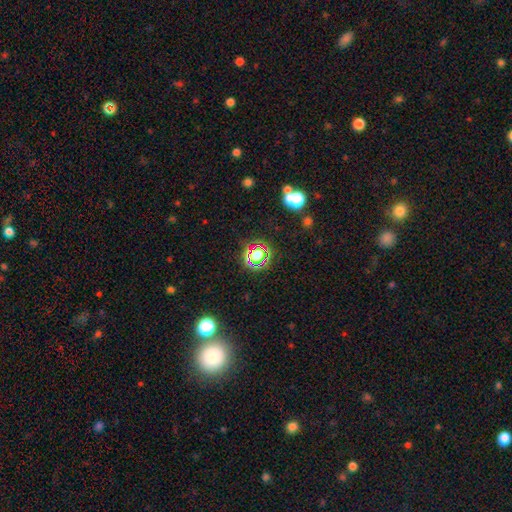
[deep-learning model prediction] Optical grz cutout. It shows a star or artifact, not a galaxy (55%).